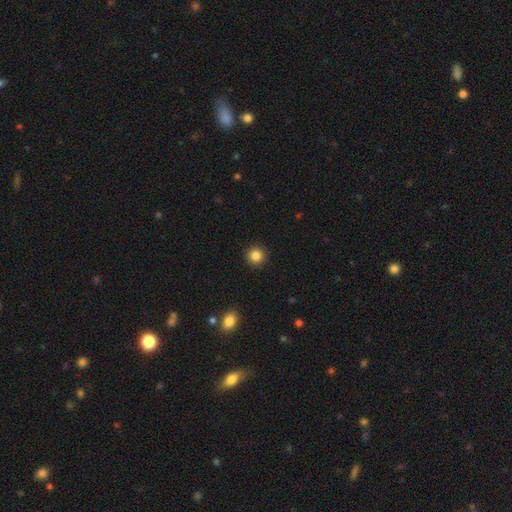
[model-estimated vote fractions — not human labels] smooth 84%, star or artifact 11%, featured or disk 5%. Down the decision tree: how rounded — round (95%); merging — none (93%).